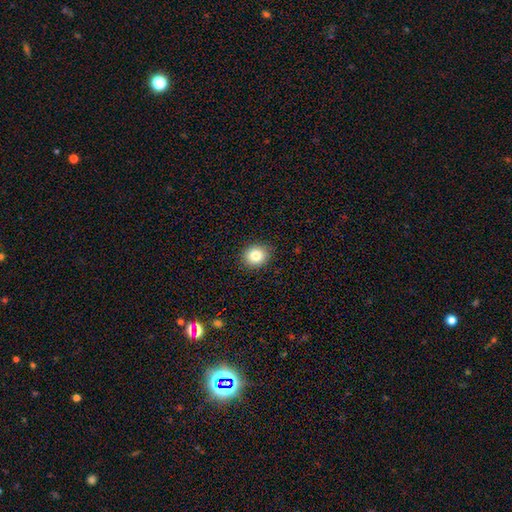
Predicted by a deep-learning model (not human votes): Smooth or featured?
  - smooth: 83% *
  - star or artifact: 10%
  - featured or disk: 7%
How rounded?
  - round: 77% *
  - in between: 22%
  - cigar-shaped: 1%
Merging?
  - none: 90% *
  - minor disturbance: 7%
  - major disturbance: 2%
  - merger: 1%